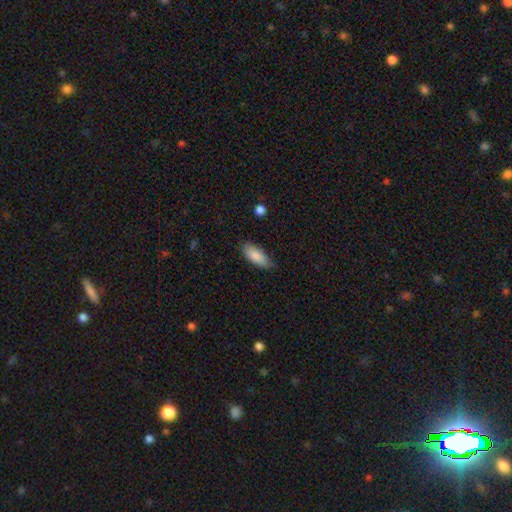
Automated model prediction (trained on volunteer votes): The model was most divided on "merging": none: 74%, minor disturbance: 21%, major disturbance: 3%, merger: 1%. More confident: smooth or featured — smooth (86%); how rounded — in between (82%).